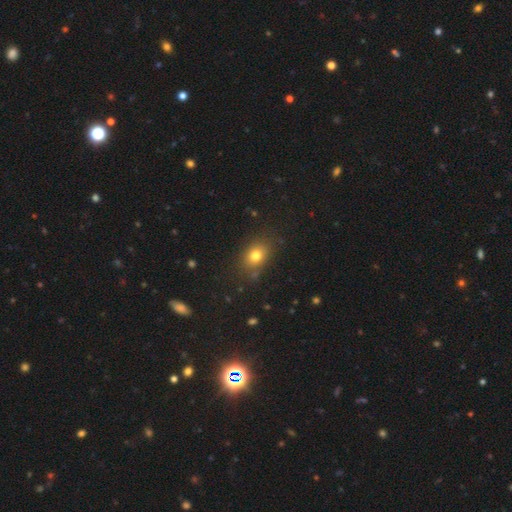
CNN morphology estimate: type=smooth (78%); roundness=in between (60%); merging=none (81%).